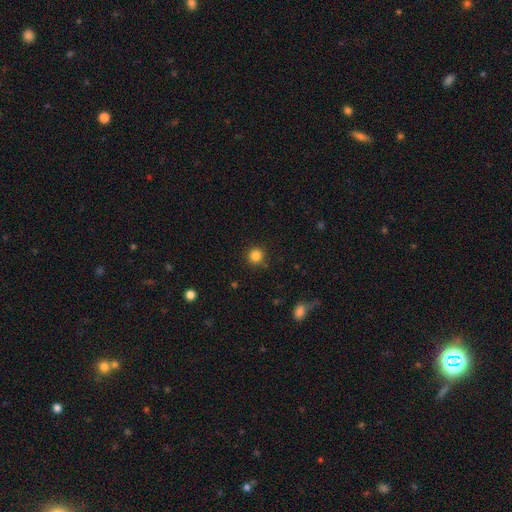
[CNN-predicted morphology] Smooth or featured? smooth (84%)
How rounded? round (94%)
Merging? none (89%)